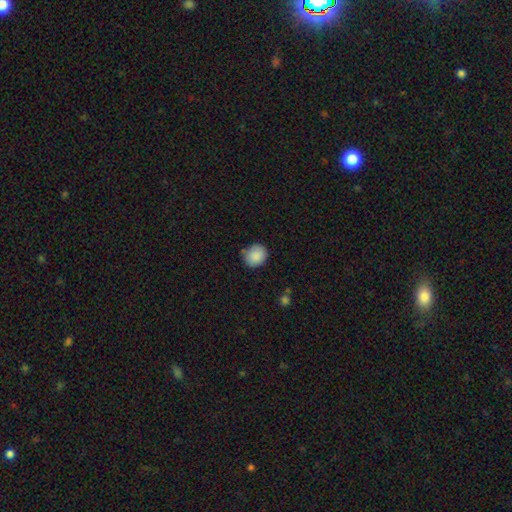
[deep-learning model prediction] Smooth or featured?
  - smooth: 88% *
  - star or artifact: 8%
  - featured or disk: 4%
How rounded?
  - round: 78% *
  - in between: 21%
  - cigar-shaped: 1%
Merging?
  - none: 79% *
  - minor disturbance: 15%
  - major disturbance: 3%
  - merger: 2%